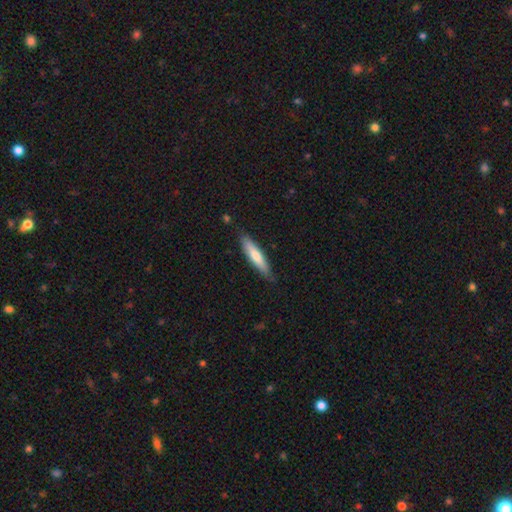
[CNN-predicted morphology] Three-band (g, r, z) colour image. It shows a smooth galaxy with no disk features (65%) that is cigar-shaped (82%). Merging: none (82%).